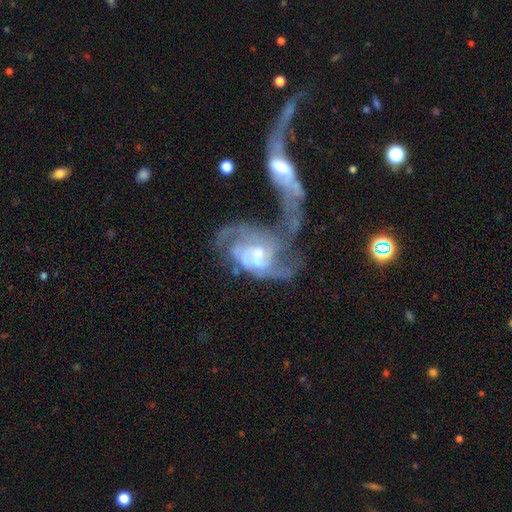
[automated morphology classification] Overall: featured or disk (81%). Edge-on disk: no (97%). Bar: no (62%; weak 31%). Spiral arms: yes (84%). Spiral arm count: can't tell (38%; 2 34%). Spiral winding: medium (39%; tight 34%). Bulge size: moderate (47%; small 41%). Merging: merger (60%; major disturbance 23%).